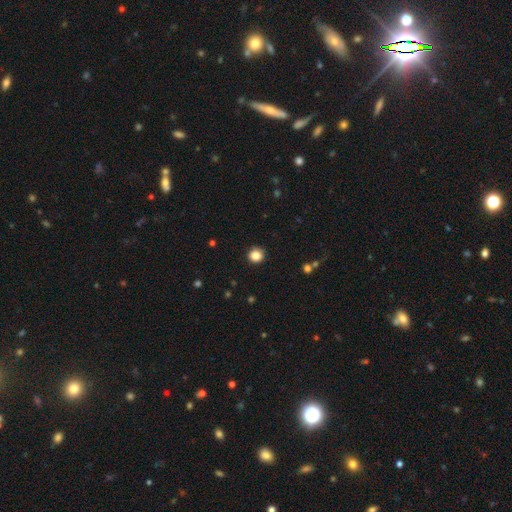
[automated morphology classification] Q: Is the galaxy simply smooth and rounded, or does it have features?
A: smooth — 85%.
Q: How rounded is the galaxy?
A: round — 93%.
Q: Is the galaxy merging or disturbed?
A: none — 92%.